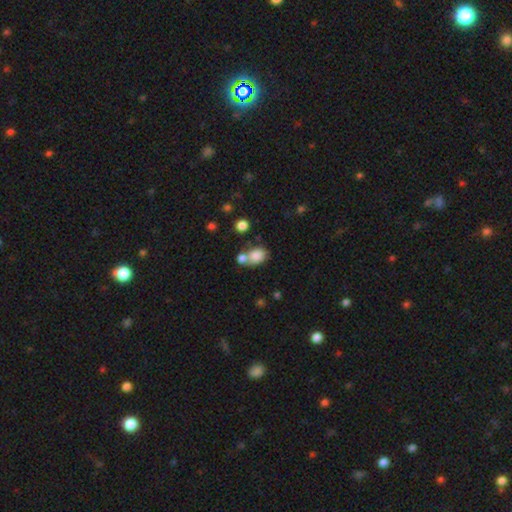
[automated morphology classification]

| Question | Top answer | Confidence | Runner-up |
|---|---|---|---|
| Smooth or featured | smooth | 82% | star or artifact (10%) |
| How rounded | in between | 63% | round (36%) |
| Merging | none | 41% | merger (40%) |